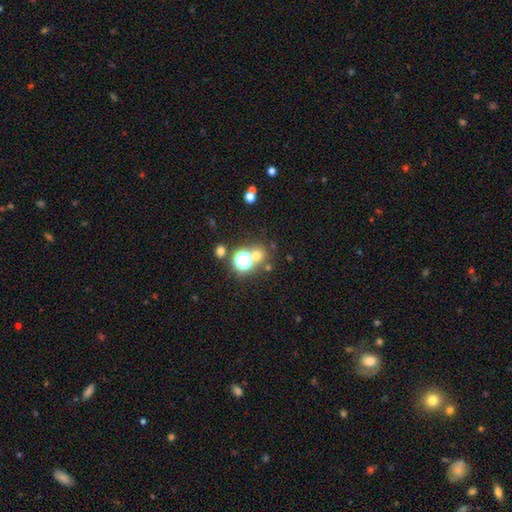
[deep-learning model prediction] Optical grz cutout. It shows a smooth galaxy with no disk features (55%) that is round (88%). Merging: none (66%).